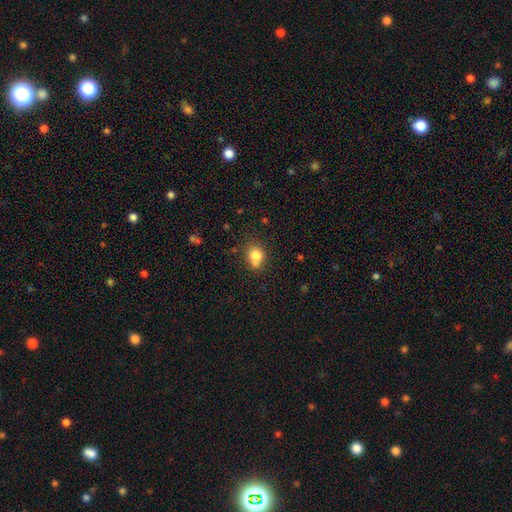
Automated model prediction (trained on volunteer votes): Smooth or featured? Predicted: smooth (p=0.77). How rounded? Predicted: round (p=0.65). Merging? Predicted: none (p=0.50).